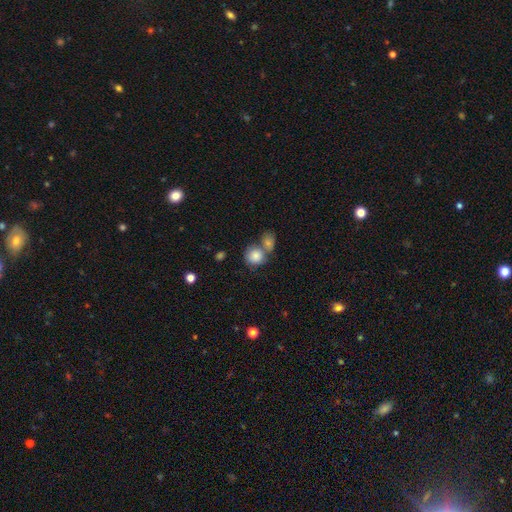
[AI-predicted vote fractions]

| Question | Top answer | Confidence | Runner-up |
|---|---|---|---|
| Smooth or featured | smooth | 84% | featured or disk (8%) |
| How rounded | round | 81% | in between (18%) |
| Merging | merger | 46% | none (41%) |